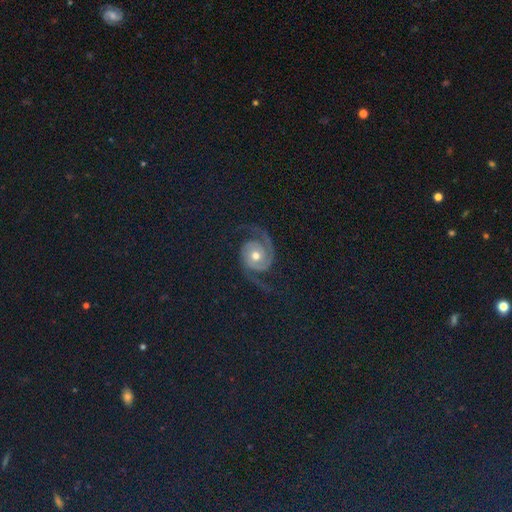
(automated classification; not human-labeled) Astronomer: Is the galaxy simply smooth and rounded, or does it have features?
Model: featured or disk — 78%.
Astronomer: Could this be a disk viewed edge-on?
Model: no — 97%.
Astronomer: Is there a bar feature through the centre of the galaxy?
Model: no — 78%.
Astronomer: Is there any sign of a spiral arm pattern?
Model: yes — 97%.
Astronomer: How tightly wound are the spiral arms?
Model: medium — 46% (runner-up: tight, 29%).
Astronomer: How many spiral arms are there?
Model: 2 — 93%.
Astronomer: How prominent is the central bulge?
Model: moderate — 76%.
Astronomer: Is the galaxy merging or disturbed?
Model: none — 76%.